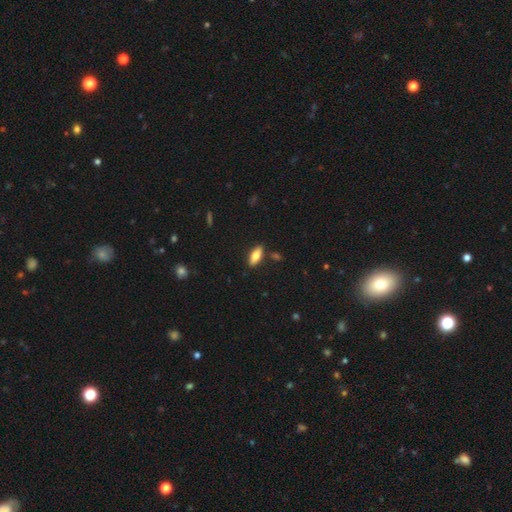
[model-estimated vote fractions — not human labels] Smooth or featured? Predicted: smooth (p=0.73). How rounded? Predicted: in between (p=0.80). Merging? Predicted: none (p=0.84).